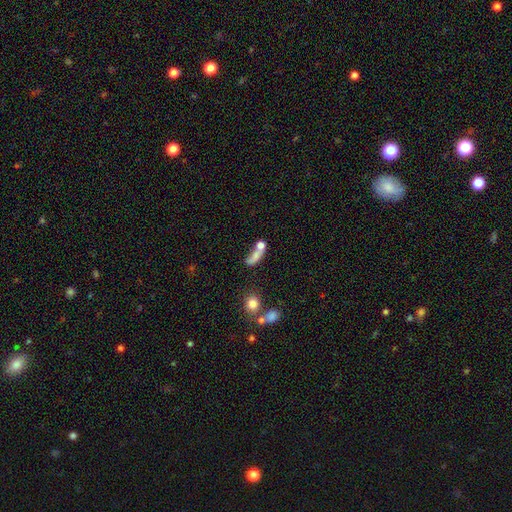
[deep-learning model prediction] Q: Smooth or featured?
A: smooth (64%); runner-up: featured or disk (23%)
Q: How rounded?
A: in between (54%); runner-up: cigar-shaped (31%)
Q: Merging?
A: merger (43%); runner-up: none (26%)